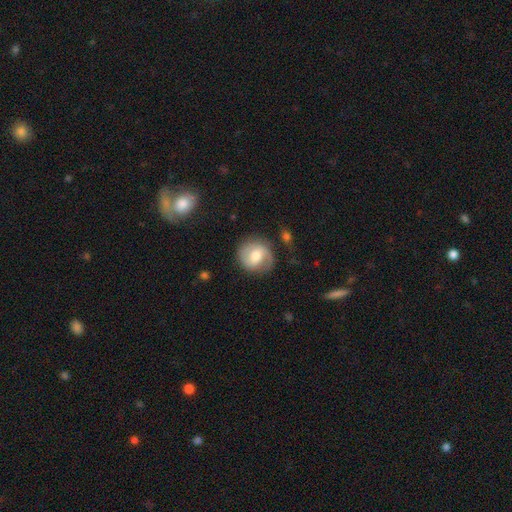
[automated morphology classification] The model was most divided on "bar": weak: 46%, no: 39%, strong: 15%. More confident: edge-on disk — no (97%); spiral arms — yes (82%); merging — none (75%); bulge size — moderate (68%); smooth or featured — featured or disk (56%).